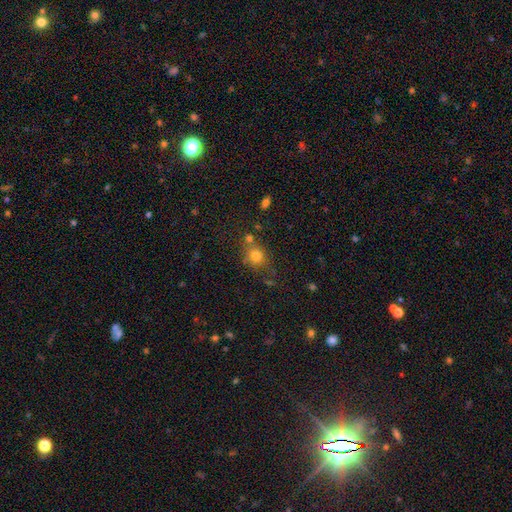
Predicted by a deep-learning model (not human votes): smooth 75%, star or artifact 14%, featured or disk 10%. Down the decision tree: how rounded — round (71%); merging — none (61%).